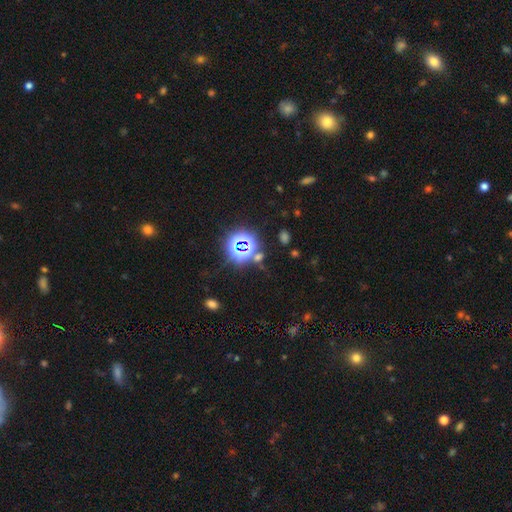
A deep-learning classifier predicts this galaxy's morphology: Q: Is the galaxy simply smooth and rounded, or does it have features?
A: star or artifact — 75%.